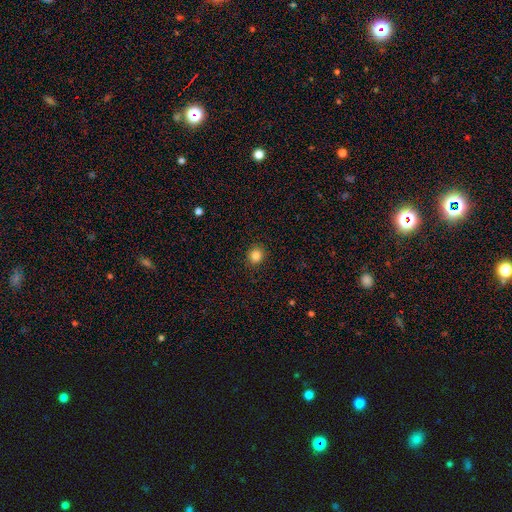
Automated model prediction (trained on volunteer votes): A smooth galaxy with no disk features (85%) that is round (87%). Merging: none (90%).